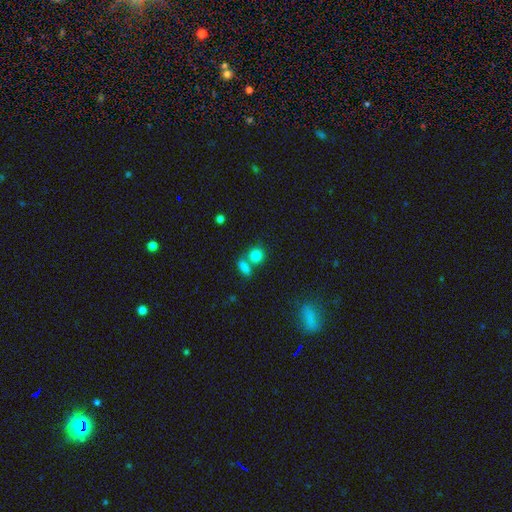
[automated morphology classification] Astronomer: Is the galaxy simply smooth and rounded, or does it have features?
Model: smooth — 83%.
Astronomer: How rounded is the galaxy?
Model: round — 71%.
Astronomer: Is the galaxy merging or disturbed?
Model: none — 50% (runner-up: merger, 37%).